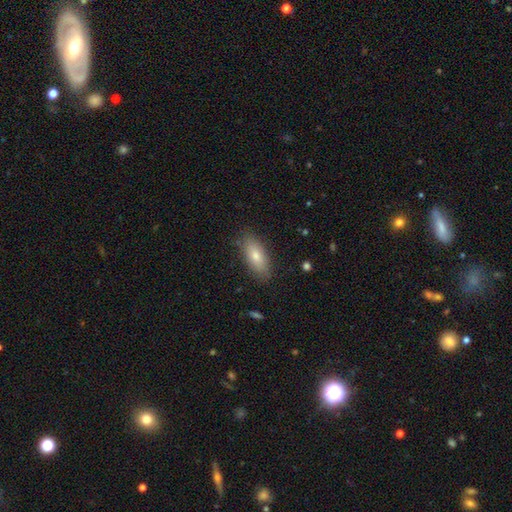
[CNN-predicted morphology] This is likely a smooth galaxy (75%). How rounded: likely in between (78%). Merging: clearly none (85%).